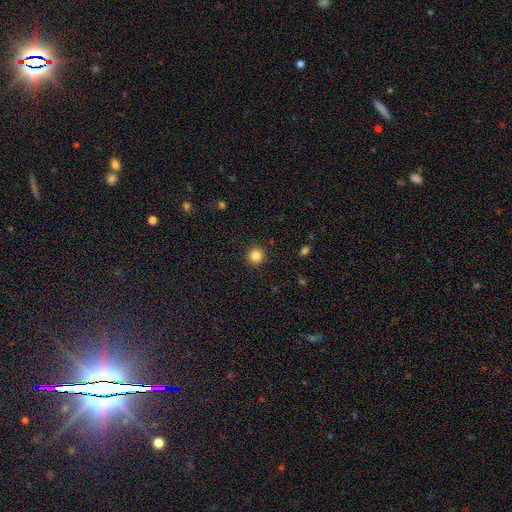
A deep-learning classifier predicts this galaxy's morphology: smooth-or-featured: smooth: 84% | star or artifact: 11% | featured or disk: 5%
  how-rounded: round: 95% | in between: 4% | cigar-shaped: 1%
  merging: none: 92% | minor disturbance: 5% | major disturbance: 2% | merger: 1%